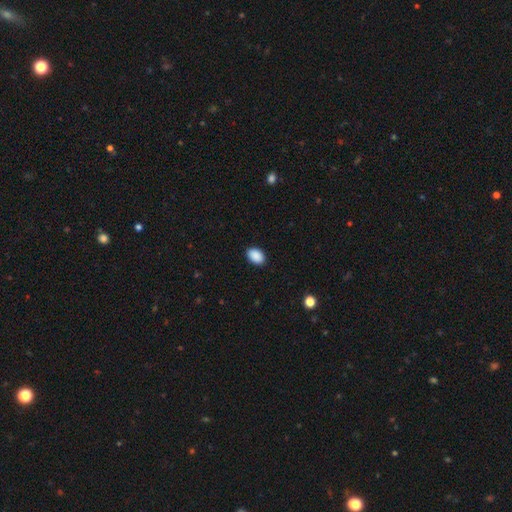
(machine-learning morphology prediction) Smooth or featured?
  - smooth: 90% *
  - star or artifact: 8%
  - featured or disk: 2%
How rounded?
  - in between: 85% *
  - round: 14%
  - cigar-shaped: 1%
Merging?
  - none: 90% *
  - minor disturbance: 7%
  - major disturbance: 2%
  - merger: 1%